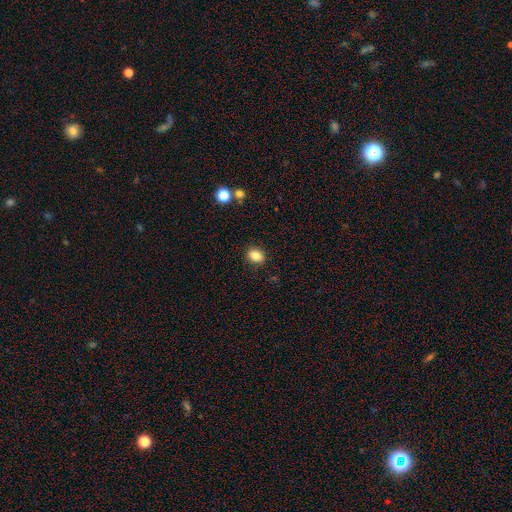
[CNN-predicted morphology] type=smooth (85%); roundness=in between (64%); merging=none (88%).